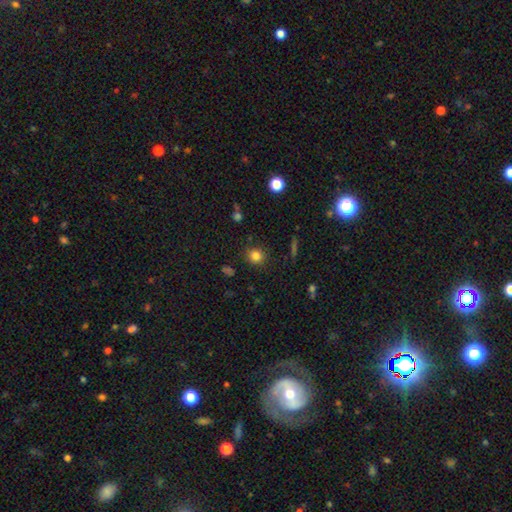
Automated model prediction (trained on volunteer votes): Smooth or featured? Predicted: smooth (p=0.81). How rounded? Predicted: round (p=0.88). Merging? Predicted: none (p=0.88).